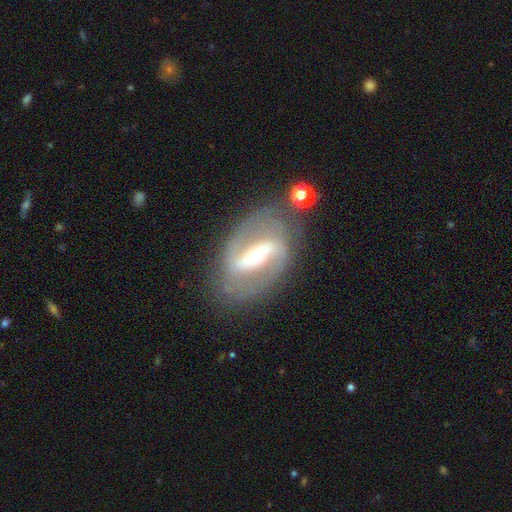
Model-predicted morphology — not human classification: featured or disk 85%, smooth 9%, star or artifact 6%. Down the decision tree: edge-on disk — no (94%); bar — strong (66%); spiral arms — yes (84%); spiral arm count — 2 (88%); spiral winding — medium (46%); bulge size — small (48%); merging — none (72%).